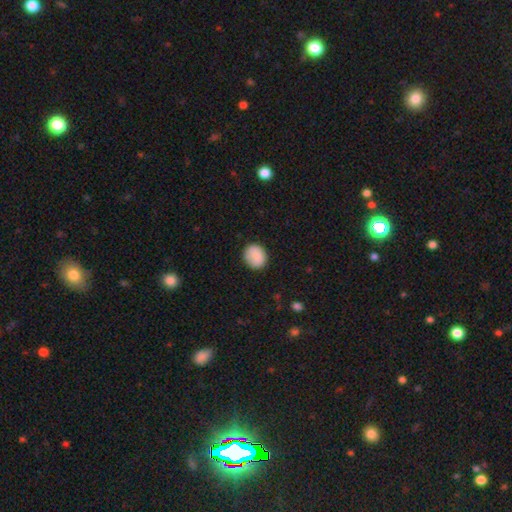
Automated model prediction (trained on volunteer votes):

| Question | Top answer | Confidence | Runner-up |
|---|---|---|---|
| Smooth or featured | smooth | 87% | star or artifact (7%) |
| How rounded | round | 78% | in between (21%) |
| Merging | none | 86% | minor disturbance (10%) |